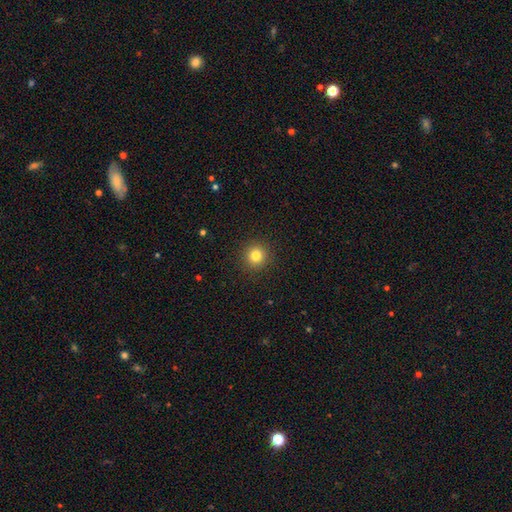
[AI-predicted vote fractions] Overall: smooth (80%). How rounded: round (95%). Merging: none (92%).